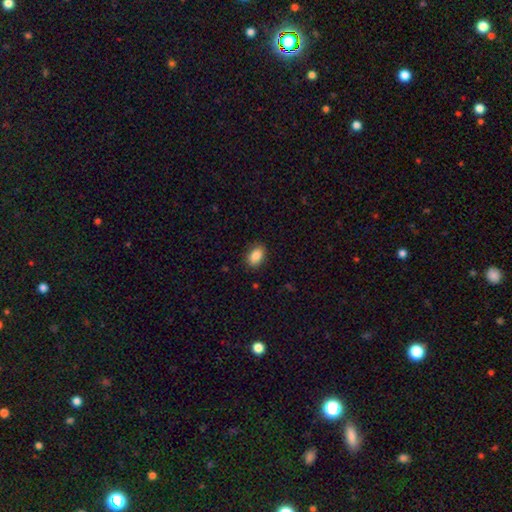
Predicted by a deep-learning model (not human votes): This is clearly a smooth galaxy (87%). How rounded: clearly in between (87%). Merging: clearly none (88%).